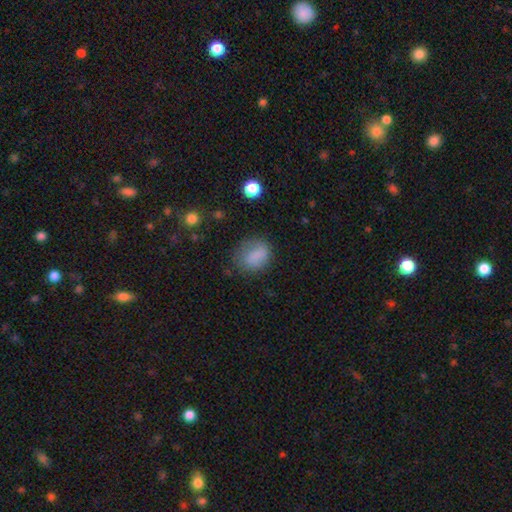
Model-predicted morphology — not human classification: smooth-or-featured: smooth: 81% | star or artifact: 10% | featured or disk: 9%
  how-rounded: in between: 51% | round: 48% | cigar-shaped: 1%
  merging: none: 62% | minor disturbance: 25% | major disturbance: 11% | merger: 2%